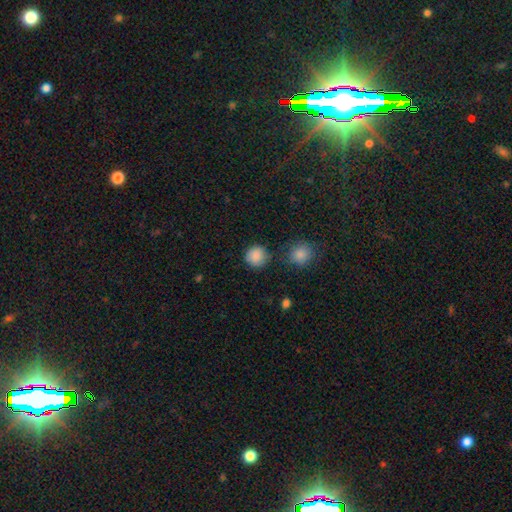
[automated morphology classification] This is clearly a smooth galaxy (87%). How rounded: clearly round (91%). Merging: likely none (78%).